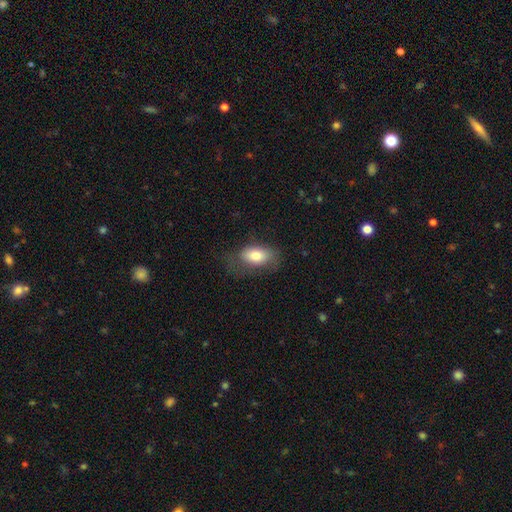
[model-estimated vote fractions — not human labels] This appears to be a smooth galaxy with no disk features (77%) that is in between round and cigar-shaped (90%). Merging: none (55%).